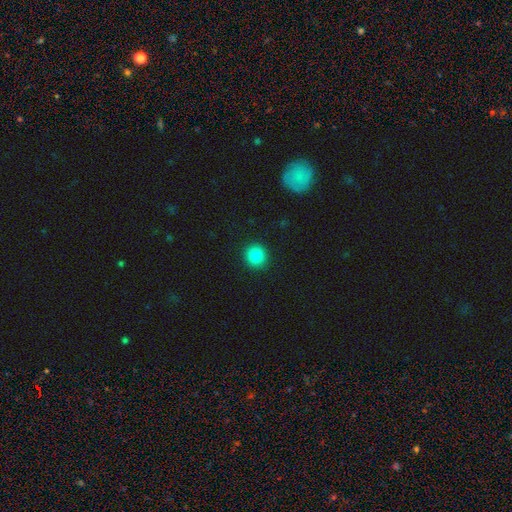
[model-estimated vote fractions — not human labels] smooth-or-featured: smooth: 85% | star or artifact: 10% | featured or disk: 5%
  how-rounded: round: 92% | in between: 7% | cigar-shaped: 1%
  merging: none: 92% | minor disturbance: 5% | major disturbance: 2% | merger: 1%